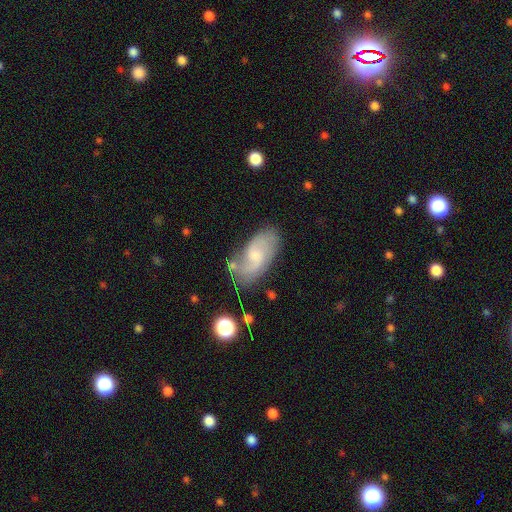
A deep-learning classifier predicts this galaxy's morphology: This appears to be a featured or disk galaxy (63%) with no bar (48%), 2 (75%) loose (43%) spiral arms (89%) and a small central bulge (55%). Merging: none (64%).